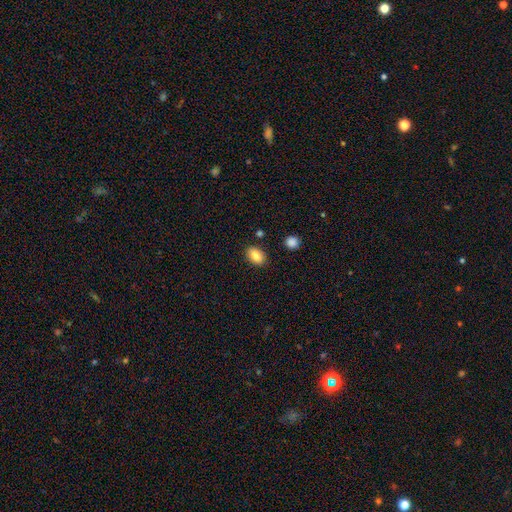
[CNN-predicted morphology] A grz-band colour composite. It shows a smooth galaxy with no disk features (84%) that is in between round and cigar-shaped (84%). Merging: none (87%).